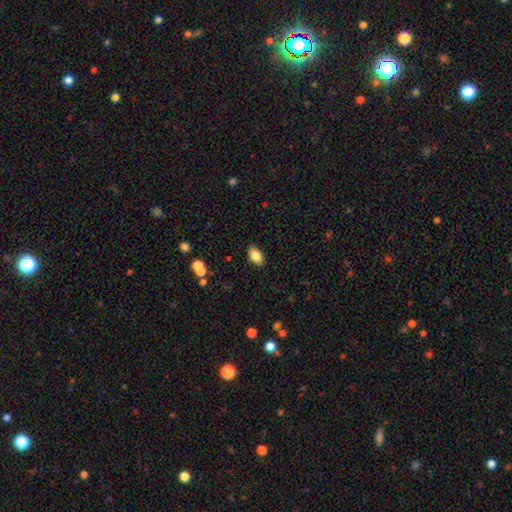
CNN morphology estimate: Smooth or featured? smooth (84%)
How rounded? in between (91%)
Merging? none (87%)